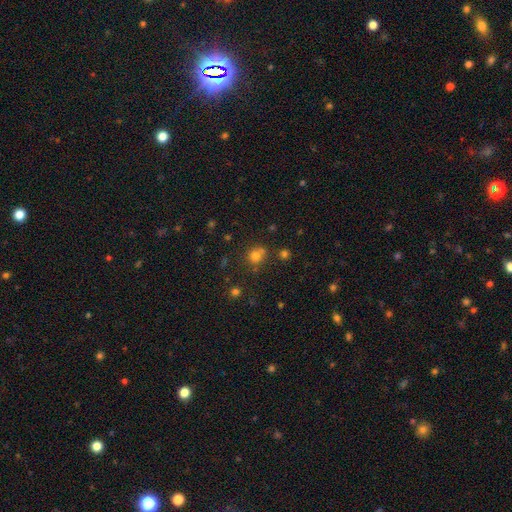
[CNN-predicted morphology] Smooth or featured?
  - smooth: 74% *
  - star or artifact: 18%
  - featured or disk: 8%
How rounded?
  - round: 83% *
  - in between: 16%
  - cigar-shaped: 1%
Merging?
  - none: 63% *
  - merger: 21%
  - minor disturbance: 12%
  - major disturbance: 5%